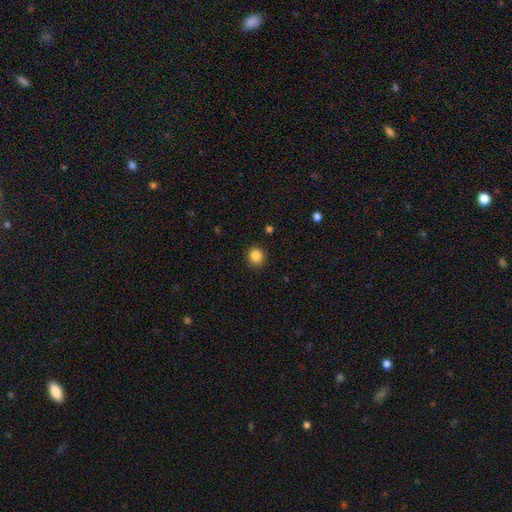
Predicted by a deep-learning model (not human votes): A smooth galaxy with no disk features (85%) that is round (89%).

Vote fractions:
- Smooth or featured? smooth: 85% / star or artifact: 10% / featured or disk: 4%
- How rounded? round: 89% / in between: 10% / cigar-shaped: 1%
- Merging? none: 91% / minor disturbance: 6% / major disturbance: 2% / merger: 1%